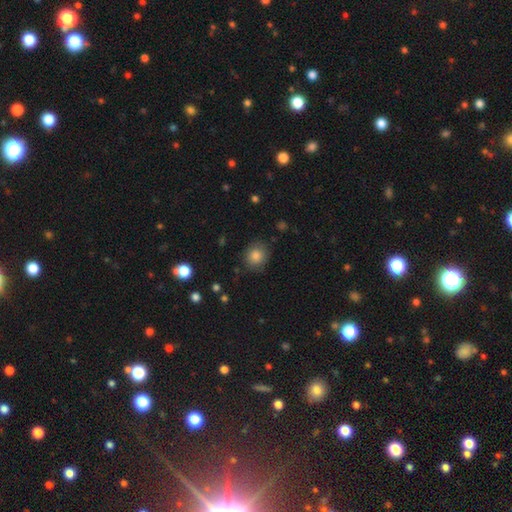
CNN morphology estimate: This appears to be a smooth galaxy with no disk features (84%) that is round (83%). Merging: none (83%).